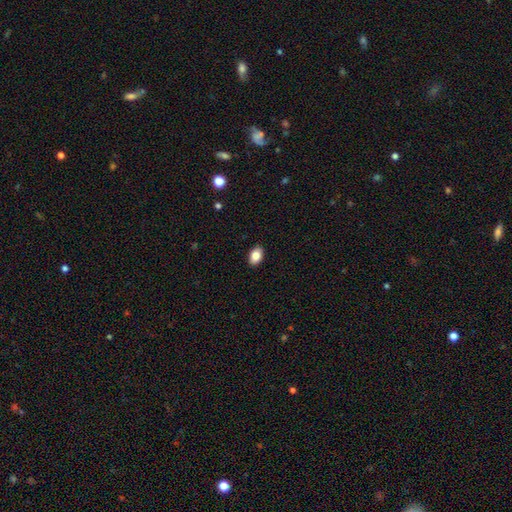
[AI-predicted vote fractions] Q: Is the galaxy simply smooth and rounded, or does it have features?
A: smooth — 84%.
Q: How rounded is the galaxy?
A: in between — 86%.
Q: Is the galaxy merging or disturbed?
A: none — 90%.